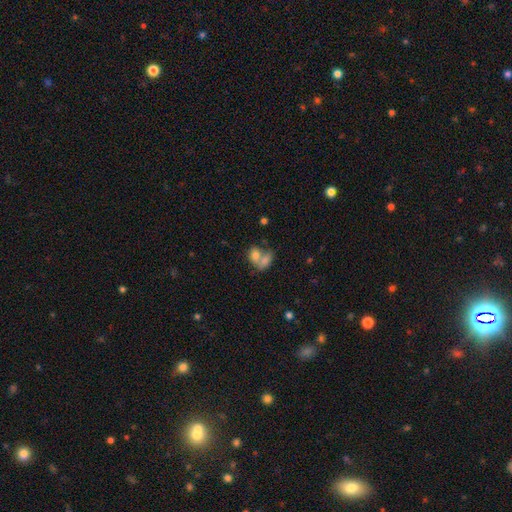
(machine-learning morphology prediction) smooth-or-featured: smooth: 75% | featured or disk: 16% | star or artifact: 9%
  how-rounded: in between: 68% | round: 30% | cigar-shaped: 2%
  merging: merger: 67% | none: 21% | minor disturbance: 7% | major disturbance: 5%